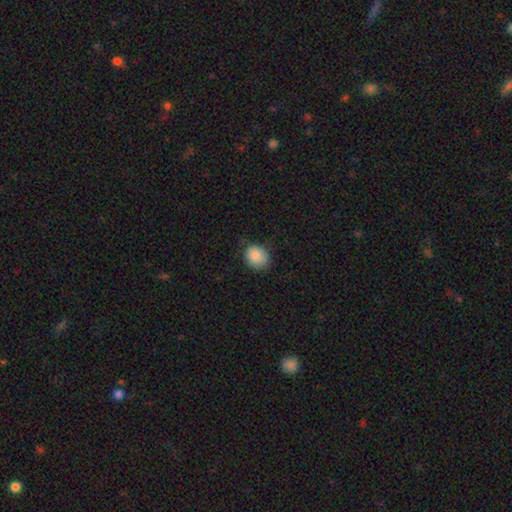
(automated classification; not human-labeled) Smooth or featured? Predicted: smooth (p=0.88). How rounded? Predicted: round (p=0.59). Merging? Predicted: none (p=0.74).